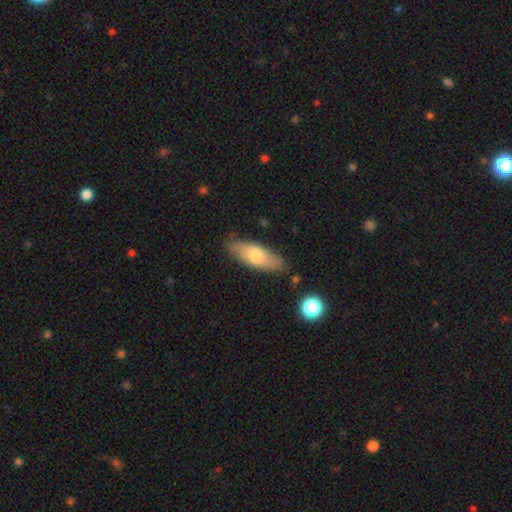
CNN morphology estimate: Smooth or featured: smooth — 69% (featured or disk — 25%)
How rounded: in between — 66% (cigar-shaped — 32%)
Merging: none — 80% (minor disturbance — 15%)